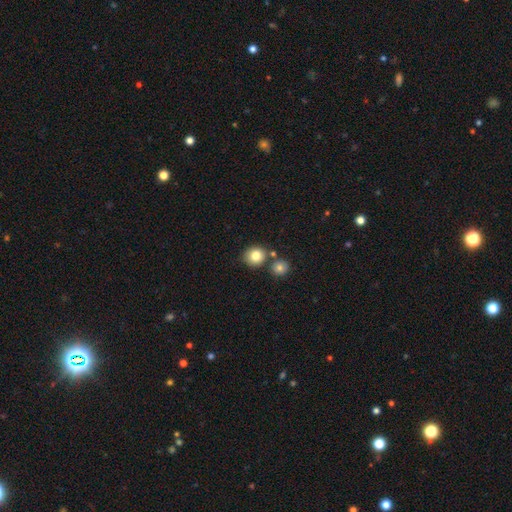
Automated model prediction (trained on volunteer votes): Morphology: type=smooth (81%); roundness=round (82%); merging=none (68%).